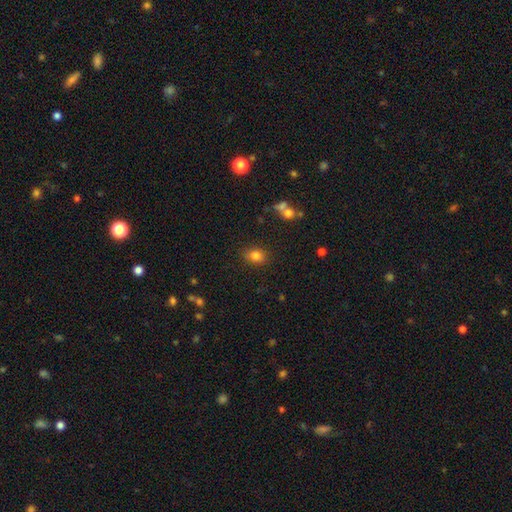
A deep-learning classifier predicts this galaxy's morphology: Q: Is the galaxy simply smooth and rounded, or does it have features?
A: smooth — 82%.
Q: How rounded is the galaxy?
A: in between — 57%.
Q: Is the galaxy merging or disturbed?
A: none — 83%.